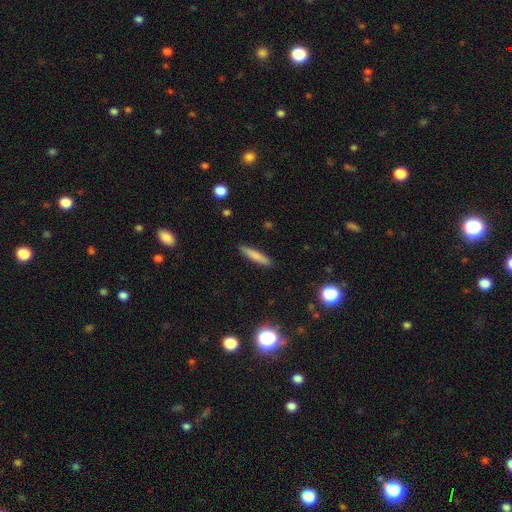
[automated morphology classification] smooth_or_featured: smooth (p=0.78) [alt: featured or disk p=0.15]
how_rounded: cigar-shaped (p=0.89) [alt: in between p=0.09]
merging: none (p=0.89) [alt: minor disturbance p=0.08]